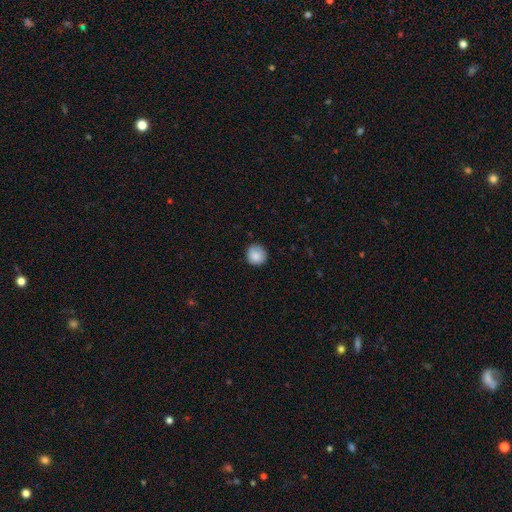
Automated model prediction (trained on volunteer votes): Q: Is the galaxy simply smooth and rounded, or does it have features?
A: smooth — 87%.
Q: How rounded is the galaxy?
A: round — 93%.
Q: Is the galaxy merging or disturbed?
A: none — 87%.